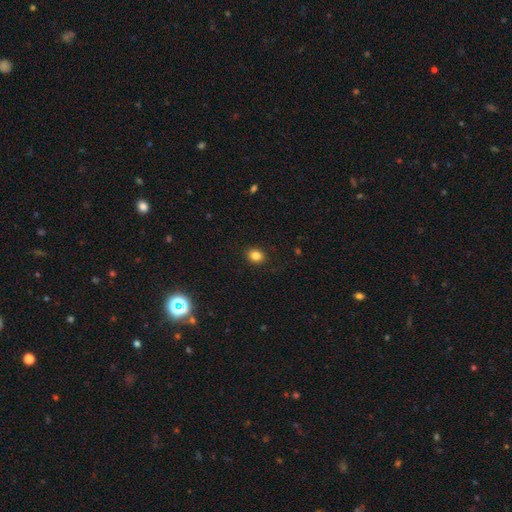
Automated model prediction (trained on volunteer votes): smooth-or-featured: smooth: 85% | star or artifact: 11% | featured or disk: 5%
  how-rounded: round: 55% | in between: 44% | cigar-shaped: 1%
  merging: none: 89% | minor disturbance: 7% | major disturbance: 2% | merger: 1%